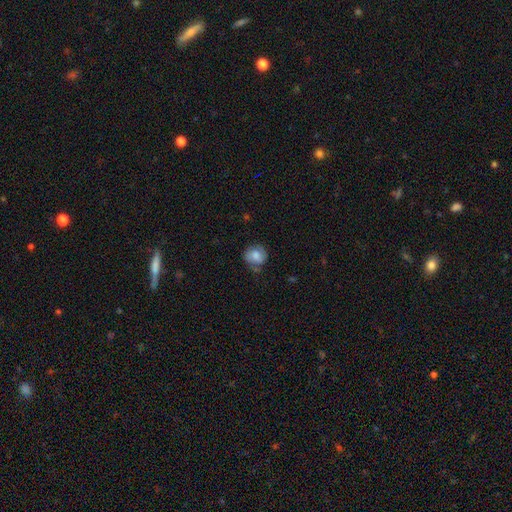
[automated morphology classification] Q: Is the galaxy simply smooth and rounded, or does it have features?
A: smooth — 62%.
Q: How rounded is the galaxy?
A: round — 73%.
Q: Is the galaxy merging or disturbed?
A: none — 60%.